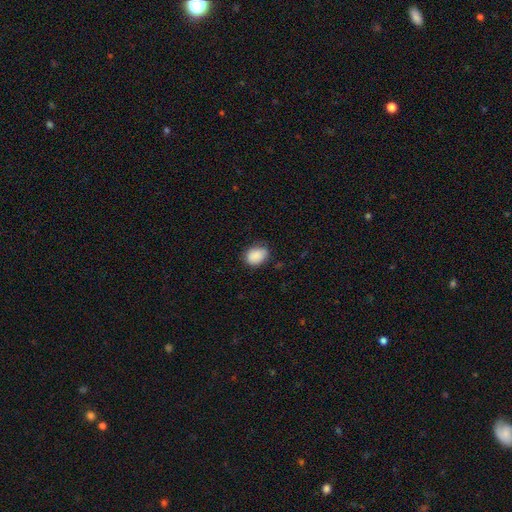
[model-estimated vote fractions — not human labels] The model was most divided on "how rounded": in between: 66%, round: 33%, cigar-shaped: 1%. More confident: smooth or featured — smooth (88%); merging — none (71%).